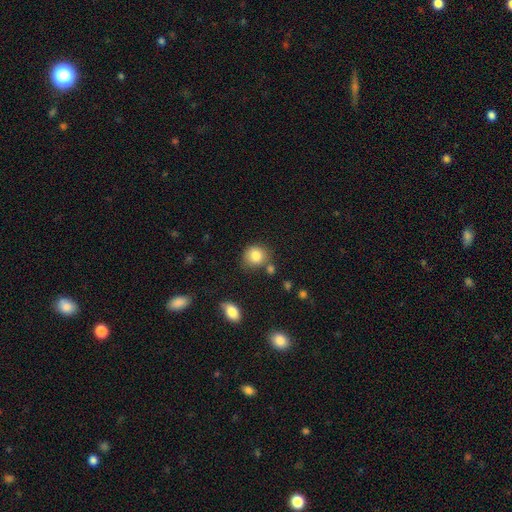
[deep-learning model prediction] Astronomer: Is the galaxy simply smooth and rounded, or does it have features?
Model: smooth — 83%.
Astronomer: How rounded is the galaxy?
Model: round — 81%.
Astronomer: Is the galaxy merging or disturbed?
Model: none — 67%.